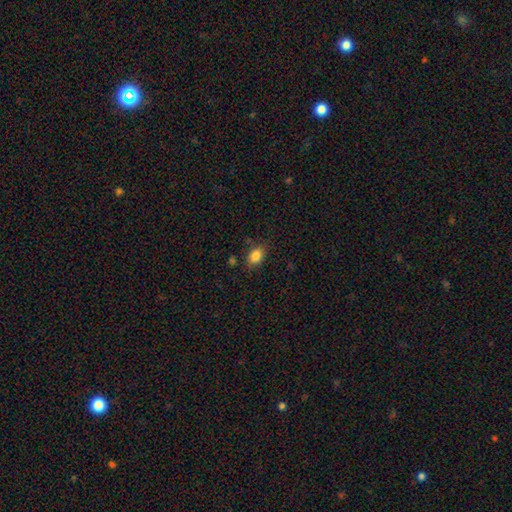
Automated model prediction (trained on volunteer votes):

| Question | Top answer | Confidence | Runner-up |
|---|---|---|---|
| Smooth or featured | smooth | 84% | star or artifact (9%) |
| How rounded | in between | 75% | round (23%) |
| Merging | none | 81% | minor disturbance (13%) |